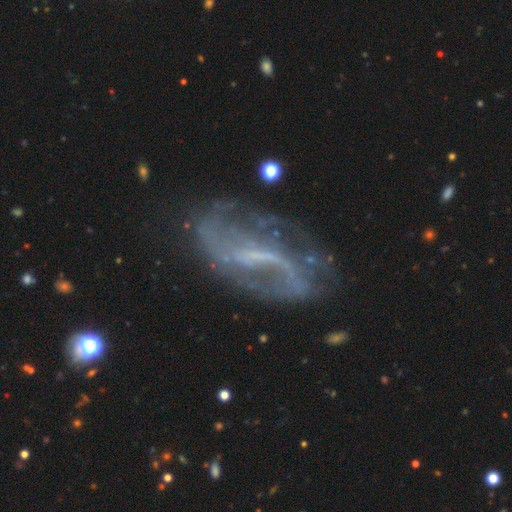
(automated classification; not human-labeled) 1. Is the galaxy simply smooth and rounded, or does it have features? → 84% featured or disk, 8% star or artifact, 8% smooth.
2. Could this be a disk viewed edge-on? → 95% no, 5% yes.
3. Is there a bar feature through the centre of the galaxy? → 42% strong, 41% weak, 17% no.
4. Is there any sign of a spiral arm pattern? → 88% yes, 12% no.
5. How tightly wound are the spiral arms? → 57% loose, 31% medium, 12% tight.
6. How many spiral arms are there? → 75% 2, 12% can't tell, 5% 1, 3% 3, 2% 4, 2% more than 4.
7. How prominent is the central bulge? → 45% none, 39% small, 12% moderate, 2% large, 1% dominant.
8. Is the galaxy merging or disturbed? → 63% none, 18% minor disturbance, 15% major disturbance, 4% merger.